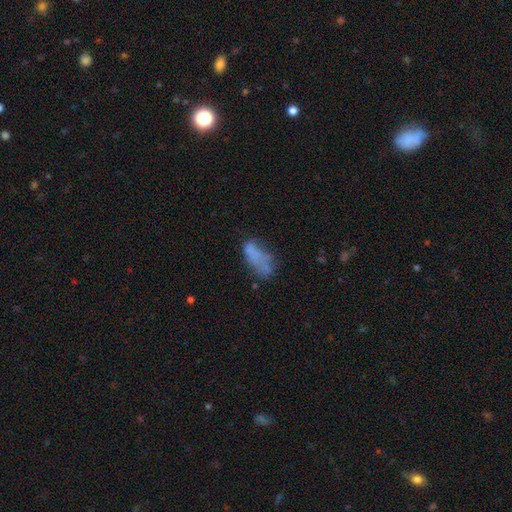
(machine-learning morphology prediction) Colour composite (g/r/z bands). It shows a smooth galaxy with no disk features (58%) that is in between round and cigar-shaped (82%). Merging: none (35%).